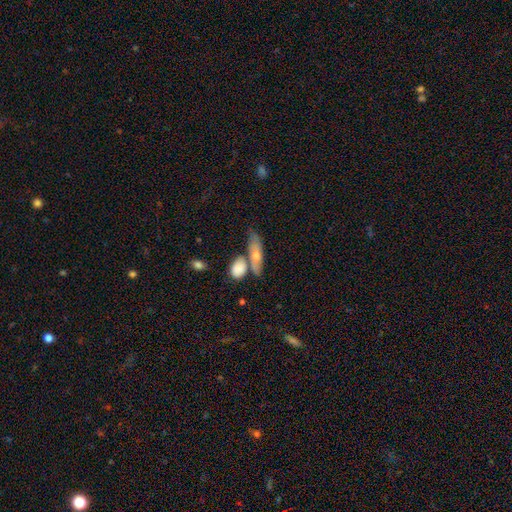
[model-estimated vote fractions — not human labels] smooth 56%, featured or disk 36%, star or artifact 8%. Down the decision tree: how rounded — cigar-shaped (50%); merging — none (50%).